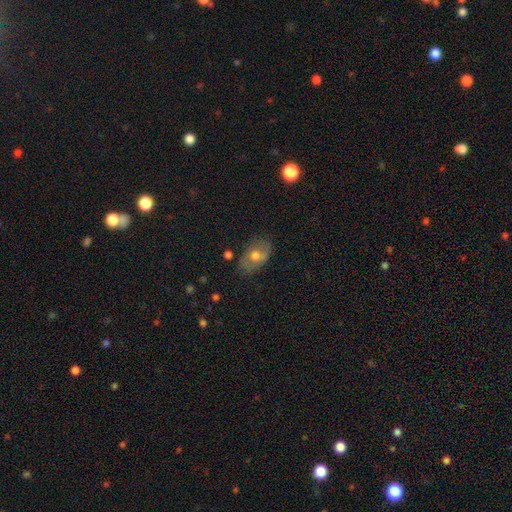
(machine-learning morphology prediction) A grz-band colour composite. It shows a smooth galaxy with no disk features (54%) that is in between round and cigar-shaped (85%). Merging: none (70%).